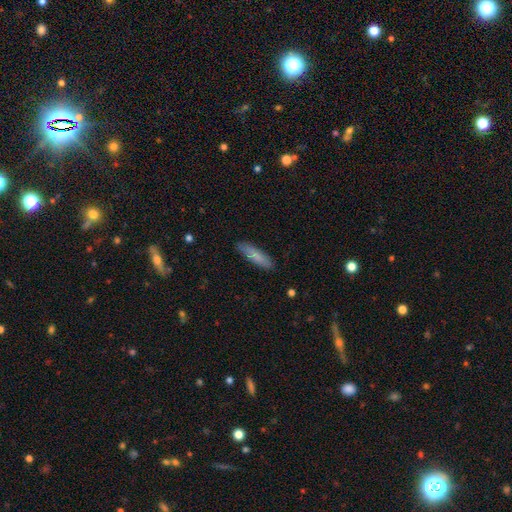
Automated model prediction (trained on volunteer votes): Smooth or featured?
  - smooth: 82% *
  - featured or disk: 12%
  - star or artifact: 6%
How rounded?
  - cigar-shaped: 69% *
  - in between: 29%
  - round: 1%
Merging?
  - none: 86% *
  - minor disturbance: 11%
  - major disturbance: 2%
  - merger: 1%